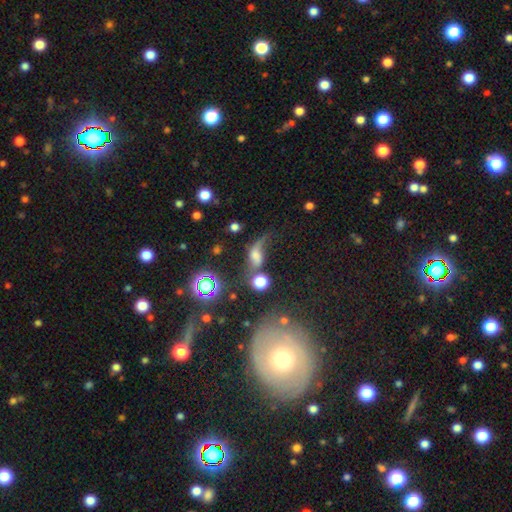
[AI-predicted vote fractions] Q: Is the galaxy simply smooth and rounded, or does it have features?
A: featured or disk — 46%.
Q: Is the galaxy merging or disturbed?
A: none — 31%.